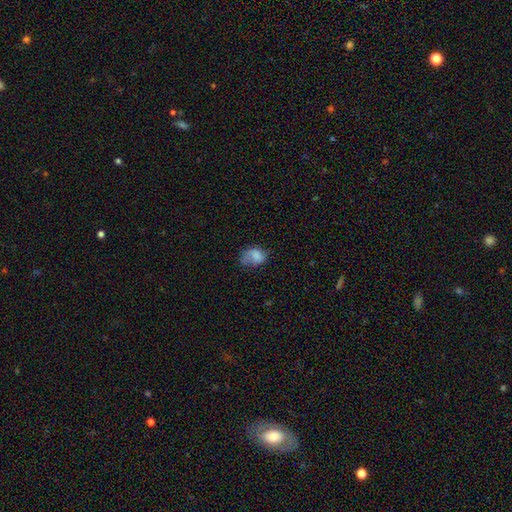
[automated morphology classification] type=smooth (72%); roundness=in between (74%); merging=none (37%).